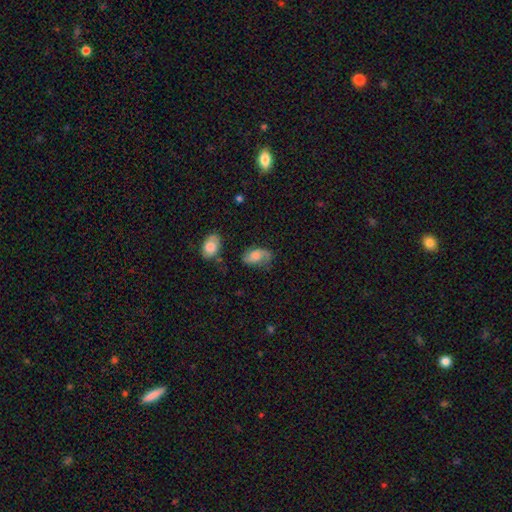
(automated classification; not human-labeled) Smooth or featured? smooth (48%)
Merging? none (54%)